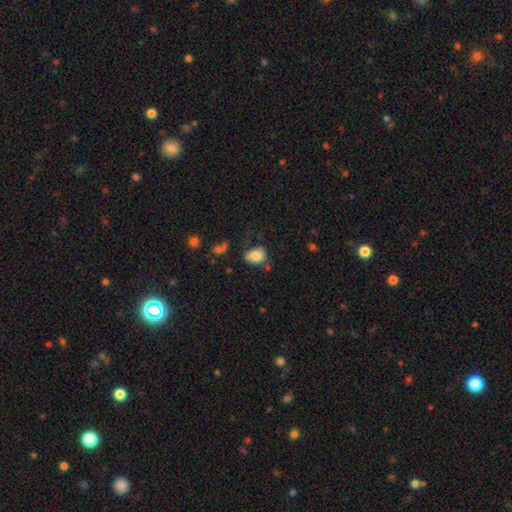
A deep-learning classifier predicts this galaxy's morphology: Q: Smooth or featured?
A: smooth (82%); runner-up: featured or disk (9%)
Q: How rounded?
A: in between (62%); runner-up: round (37%)
Q: Merging?
A: none (58%); runner-up: minor disturbance (25%)